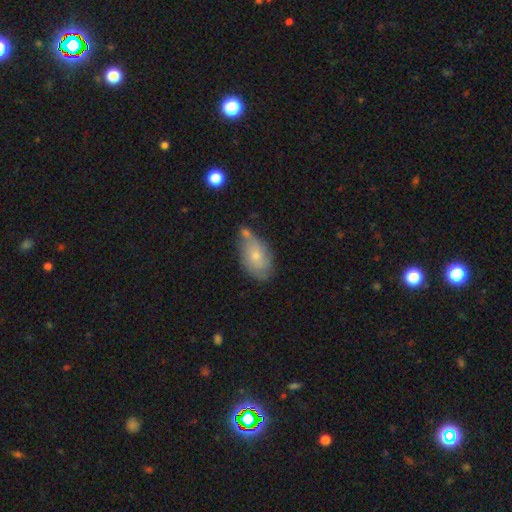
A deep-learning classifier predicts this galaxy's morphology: Smooth or featured? smooth (65%)
How rounded? in between (89%)
Merging? none (44%)